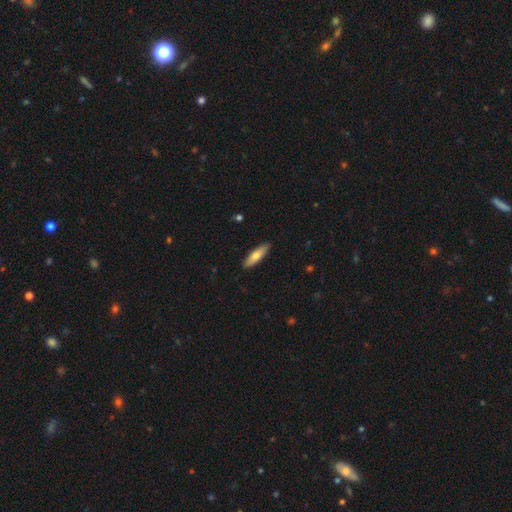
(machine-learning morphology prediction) This appears to be a smooth galaxy with no disk features (67%) that is cigar-shaped (66%). Merging: none (90%).